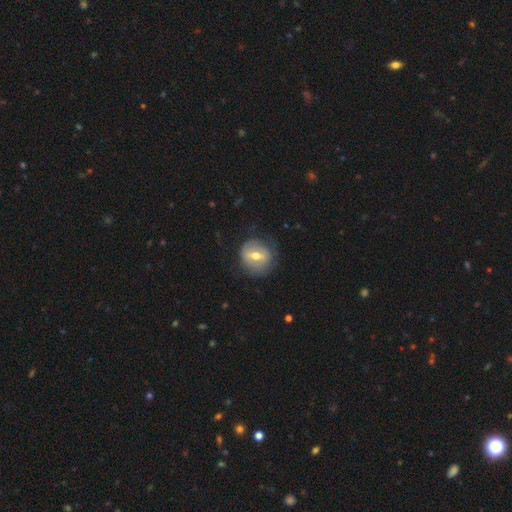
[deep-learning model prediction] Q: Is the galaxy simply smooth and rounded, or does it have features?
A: featured or disk — 55%.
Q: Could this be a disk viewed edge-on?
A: no — 91%.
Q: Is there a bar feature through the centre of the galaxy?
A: weak — 43%.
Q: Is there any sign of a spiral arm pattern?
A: no — 62%.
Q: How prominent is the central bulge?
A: moderate — 74%.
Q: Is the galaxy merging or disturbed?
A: none — 75%.